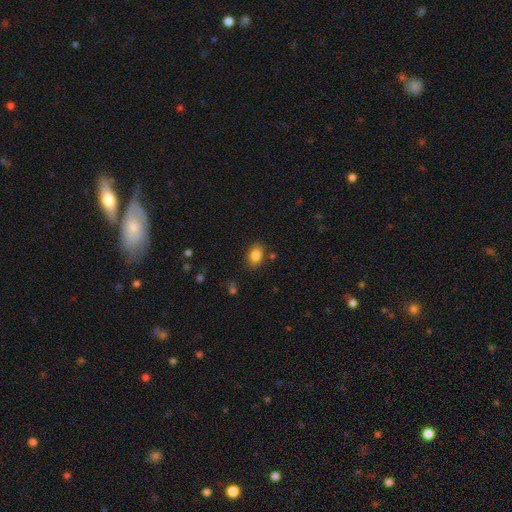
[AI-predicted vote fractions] smooth-or-featured: smooth: 85% | star or artifact: 9% | featured or disk: 6%
  how-rounded: in between: 75% | round: 24% | cigar-shaped: 1%
  merging: none: 81% | minor disturbance: 13% | major disturbance: 4% | merger: 3%